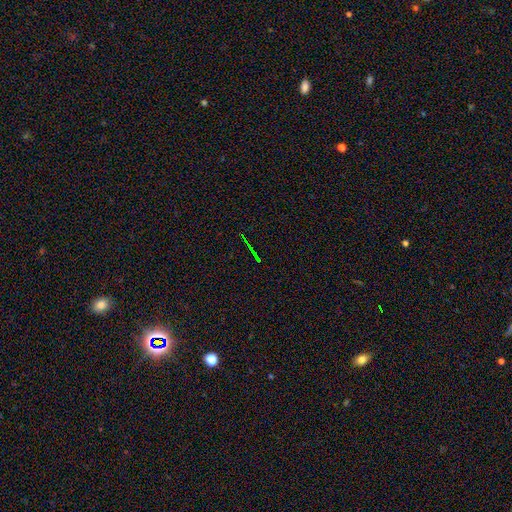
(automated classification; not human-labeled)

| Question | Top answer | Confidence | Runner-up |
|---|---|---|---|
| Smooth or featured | star or artifact | 76% | featured or disk (13%) |